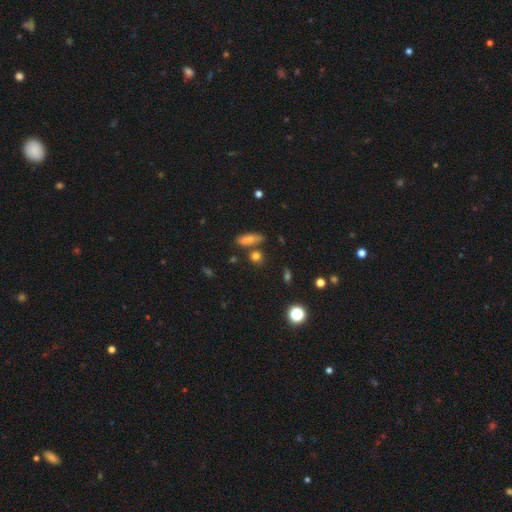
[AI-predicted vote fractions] Morphology: type=smooth (67%); roundness=round (39%); merging=none (65%).